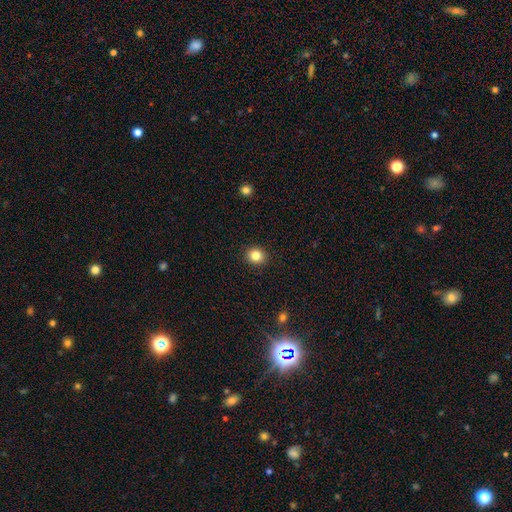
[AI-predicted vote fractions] smooth 84%, star or artifact 11%, featured or disk 5%. Down the decision tree: how rounded — round (79%); merging — none (91%).